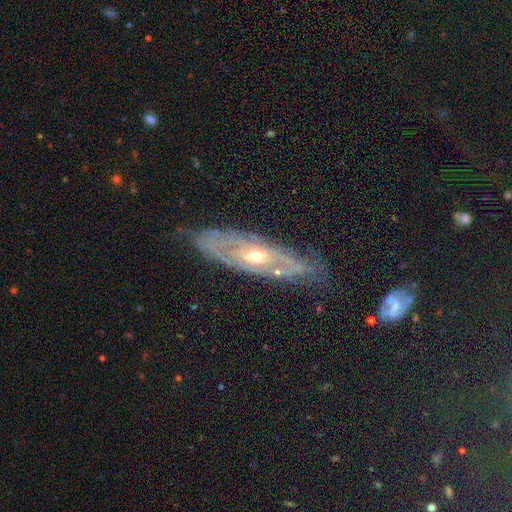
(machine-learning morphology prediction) Smooth or featured?
  - featured or disk: 82% *
  - smooth: 12%
  - star or artifact: 6%
Edge-on disk?
  - no: 77% *
  - yes: 23%
Bar?
  - no: 67% *
  - weak: 24%
  - strong: 9%
Spiral arms?
  - yes: 79% *
  - no: 21%
Bulge size?
  - moderate: 54% *
  - small: 42%
  - large: 2%
  - none: 1%
  - dominant: 1%
Merging?
  - none: 70% *
  - minor disturbance: 20%
  - major disturbance: 8%
  - merger: 2%